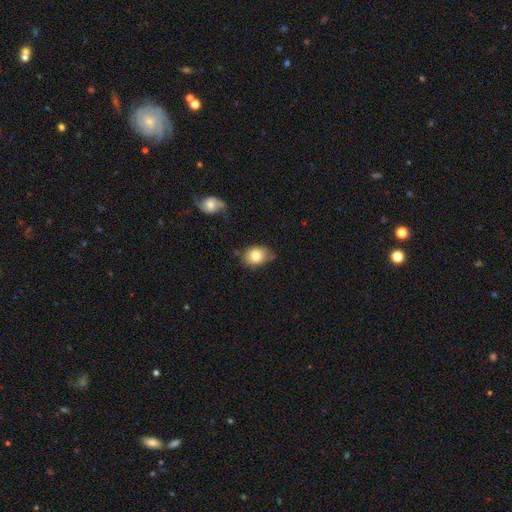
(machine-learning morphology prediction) Smooth or featured?
  - smooth: 80% *
  - featured or disk: 12%
  - star or artifact: 9%
How rounded?
  - in between: 57% *
  - round: 42%
  - cigar-shaped: 1%
Merging?
  - none: 60% *
  - minor disturbance: 29%
  - major disturbance: 7%
  - merger: 5%